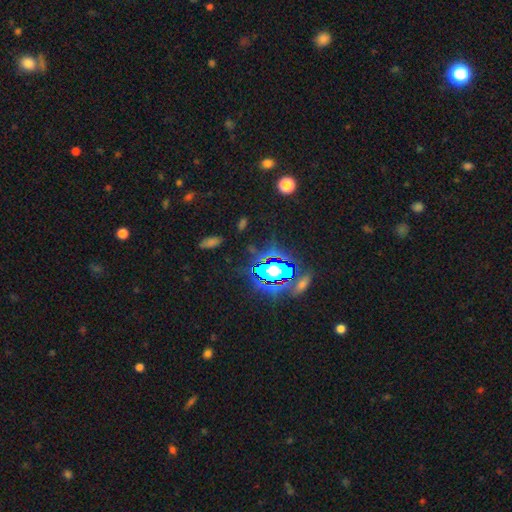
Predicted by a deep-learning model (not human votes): Morphology: type=star or artifact (82%).